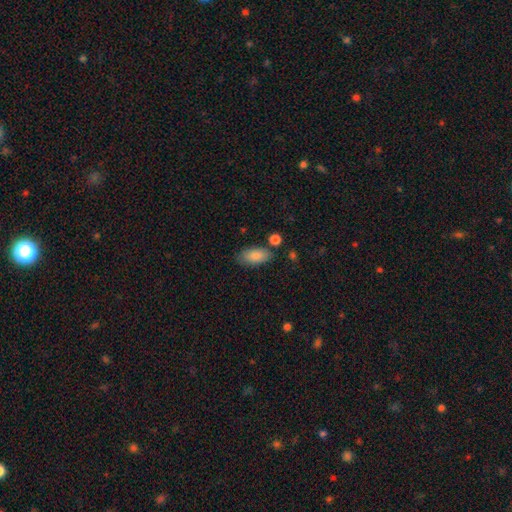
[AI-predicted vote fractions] Overall: smooth (86%). How rounded: in between (91%). Merging: none (76%).